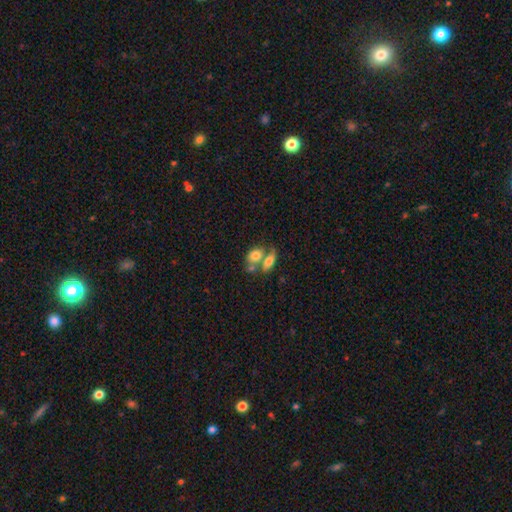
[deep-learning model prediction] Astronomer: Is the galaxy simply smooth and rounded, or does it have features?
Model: smooth — 74%.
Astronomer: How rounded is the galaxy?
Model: in between — 76%.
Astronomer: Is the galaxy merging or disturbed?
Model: merger — 56%.